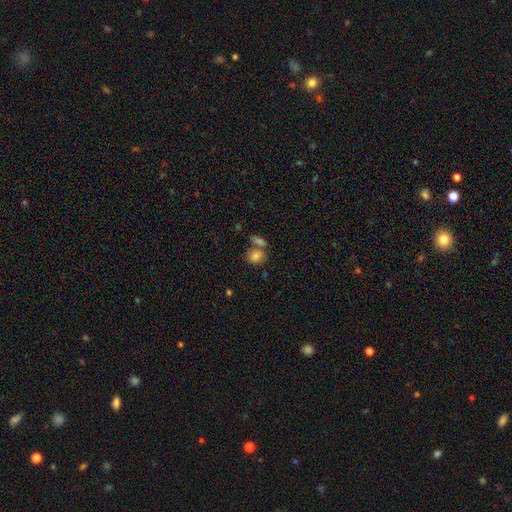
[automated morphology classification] This appears to be a smooth galaxy with no disk features (82%) that is in between round and cigar-shaped (53%). Merging: none (49%).